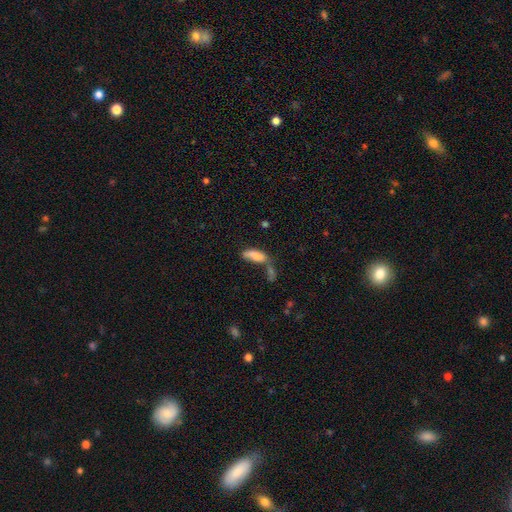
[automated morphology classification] Q: Smooth or featured?
A: smooth (79%); runner-up: featured or disk (13%)
Q: How rounded?
A: in between (67%); runner-up: cigar-shaped (30%)
Q: Merging?
A: merger (40%); runner-up: none (29%)